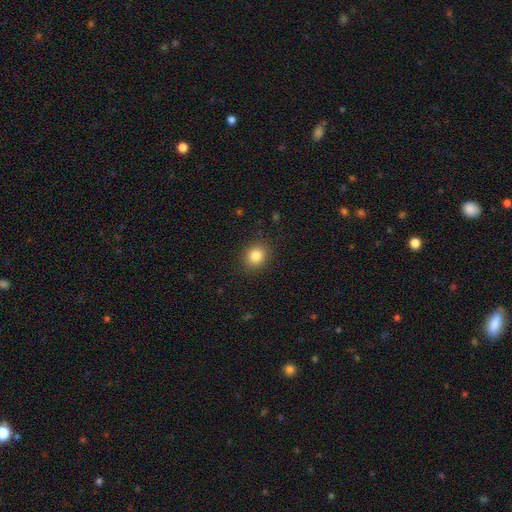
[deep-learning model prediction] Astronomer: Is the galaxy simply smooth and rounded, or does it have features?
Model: smooth — 84%.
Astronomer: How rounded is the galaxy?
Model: round — 77%.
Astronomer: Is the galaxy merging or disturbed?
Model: none — 89%.